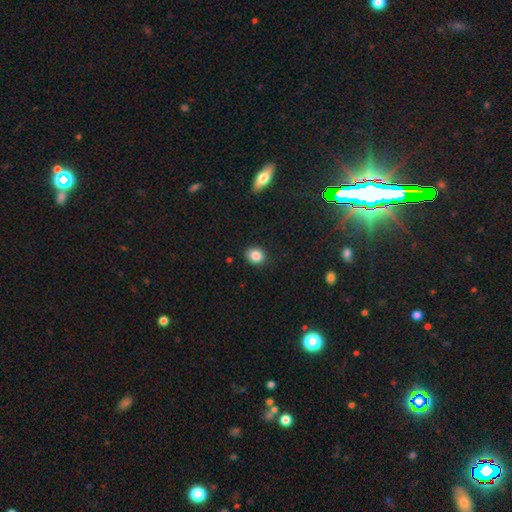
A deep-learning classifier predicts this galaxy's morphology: Smooth or featured? Predicted: smooth (p=0.87). How rounded? Predicted: round (p=0.61). Merging? Predicted: none (p=0.88).